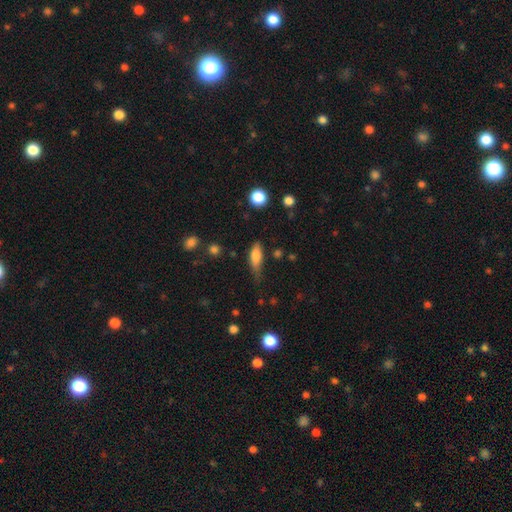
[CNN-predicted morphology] The model was most divided on "merging": none: 51%, minor disturbance: 35%, major disturbance: 11%, merger: 3%. More confident: smooth or featured — smooth (76%); how rounded — in between (62%).